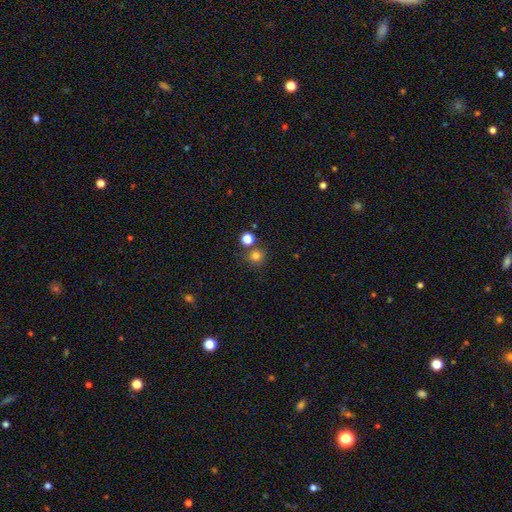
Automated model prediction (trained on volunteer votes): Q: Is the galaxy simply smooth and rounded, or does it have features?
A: smooth — 79%.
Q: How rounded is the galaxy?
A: round — 92%.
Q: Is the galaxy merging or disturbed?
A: none — 75%.